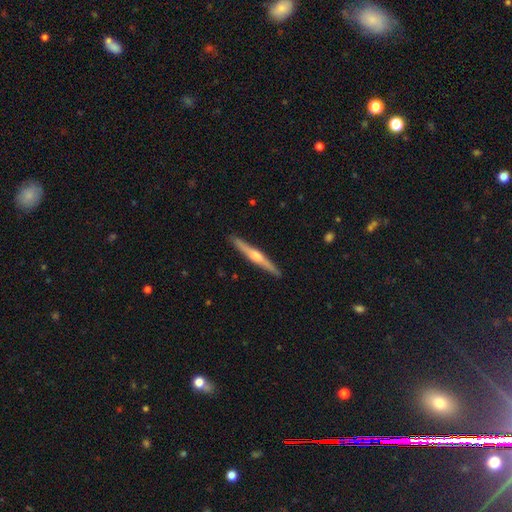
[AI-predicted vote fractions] This appears to be a featured or disk galaxy (70%) viewed edge-on (98%) with a rounded central bulge (83%). Merging: none (92%).